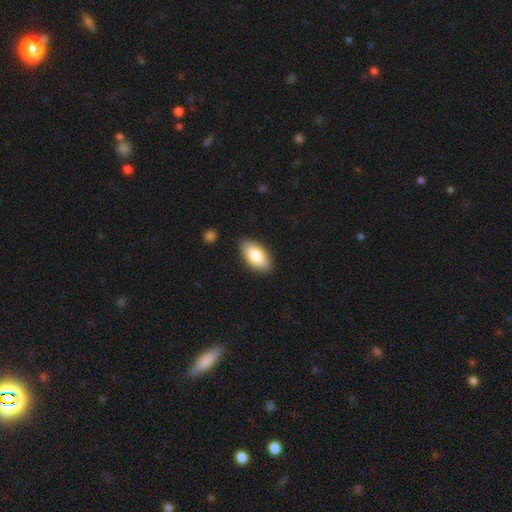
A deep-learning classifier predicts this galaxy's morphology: Smooth or featured: smooth — 82% (featured or disk — 12%)
How rounded: in between — 94% (cigar-shaped — 3%)
Merging: none — 87% (minor disturbance — 10%)